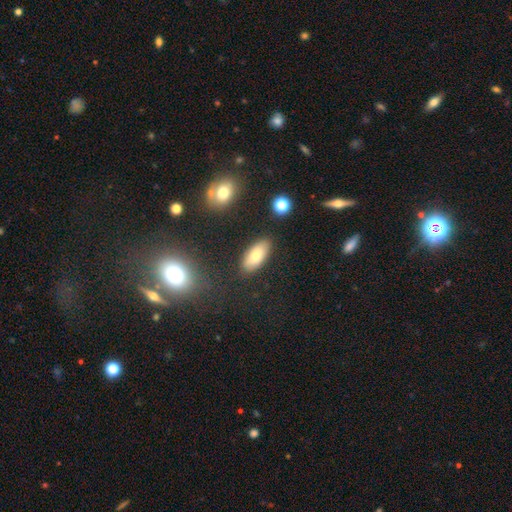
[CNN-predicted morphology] The model was most divided on "smooth or featured": smooth: 74%, featured or disk: 17%, star or artifact: 9%. More confident: how rounded — in between (86%); merging — none (85%).